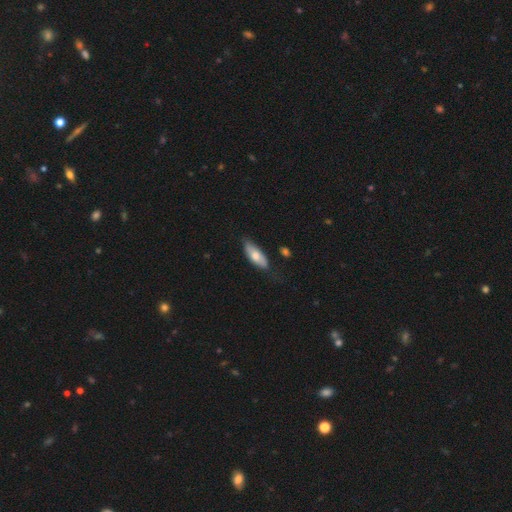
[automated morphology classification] smooth 67%, featured or disk 27%, star or artifact 6%. Down the decision tree: how rounded — in between (73%); merging — none (71%).